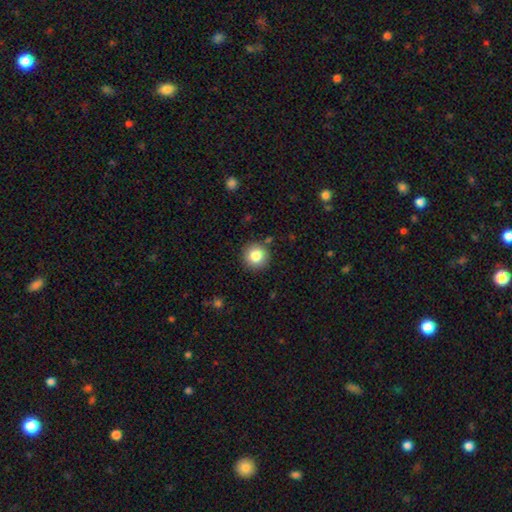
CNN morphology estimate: Smooth or featured? Predicted: smooth (p=0.83). How rounded? Predicted: round (p=0.95). Merging? Predicted: none (p=0.88).